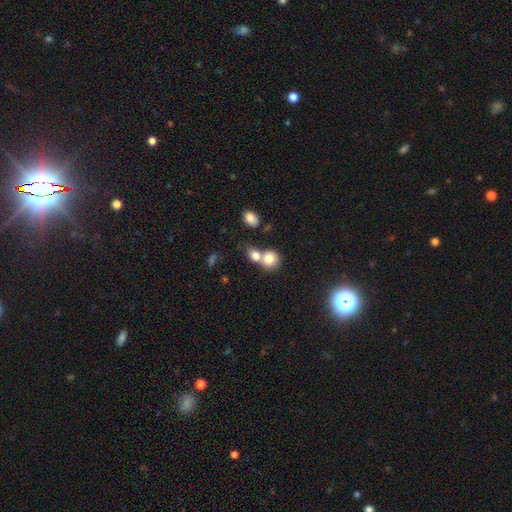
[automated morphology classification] smooth-or-featured: smooth: 78% | featured or disk: 12% | star or artifact: 9%
  how-rounded: round: 66% | in between: 33% | cigar-shaped: 2%
  merging: merger: 62% | none: 28% | minor disturbance: 6% | major disturbance: 3%